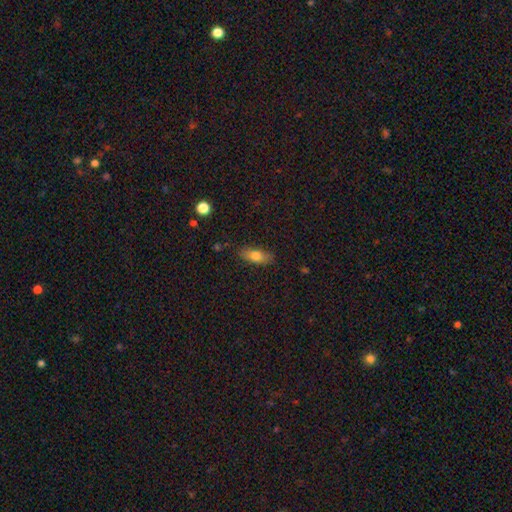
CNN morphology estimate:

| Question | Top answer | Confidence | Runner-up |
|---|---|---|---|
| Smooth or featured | smooth | 75% | featured or disk (17%) |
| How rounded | in between | 78% | cigar-shaped (18%) |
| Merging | none | 84% | minor disturbance (12%) |